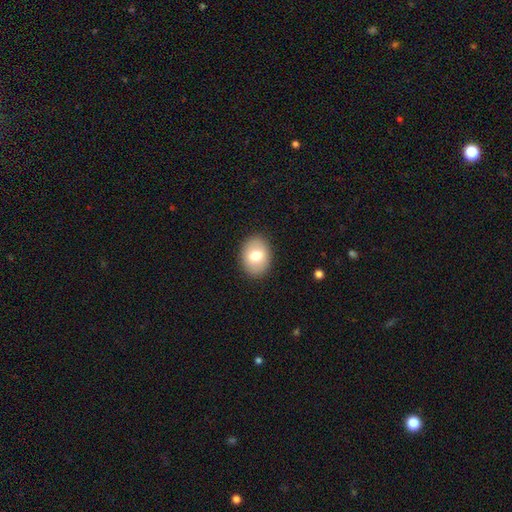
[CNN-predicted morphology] Overall: smooth (74%). How rounded: in between (66%; round 33%). Merging: none (89%).